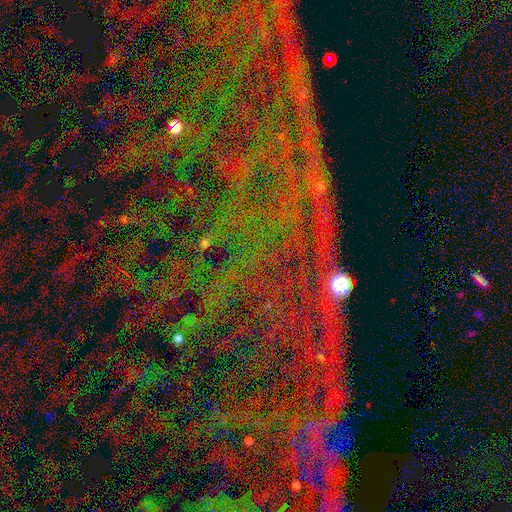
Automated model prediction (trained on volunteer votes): smooth_or_featured: star or artifact (p=0.82) [alt: smooth p=0.09]